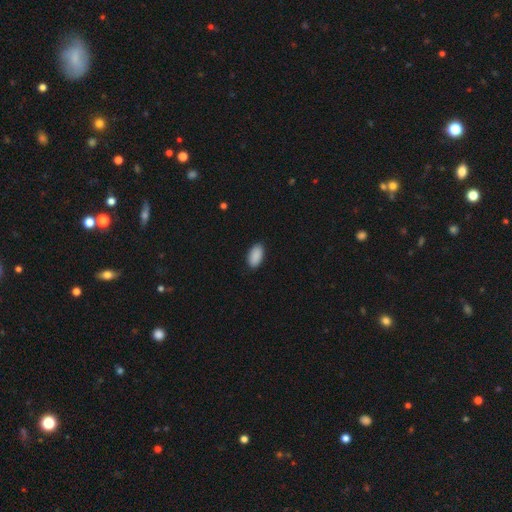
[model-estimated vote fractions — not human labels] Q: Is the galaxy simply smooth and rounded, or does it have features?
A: smooth — 91%.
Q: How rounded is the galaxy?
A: in between — 95%.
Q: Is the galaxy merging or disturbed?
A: none — 88%.